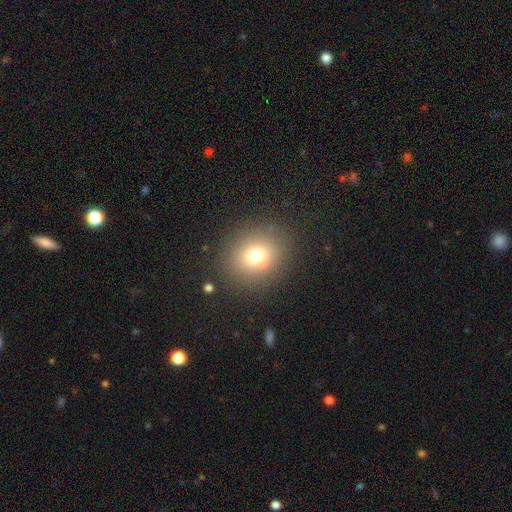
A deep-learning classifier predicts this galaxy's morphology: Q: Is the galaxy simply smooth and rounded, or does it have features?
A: smooth — 68%.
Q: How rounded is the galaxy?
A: round — 82%.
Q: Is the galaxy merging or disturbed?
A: none — 76%.